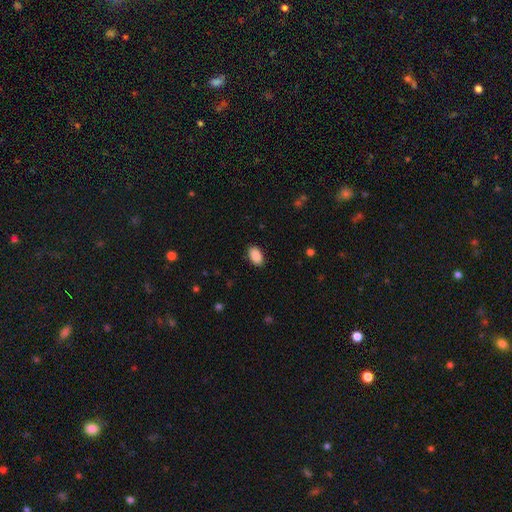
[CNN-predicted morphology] This appears to be a smooth galaxy with no disk features (90%) that is in between round and cigar-shaped (93%). Merging: none (88%).